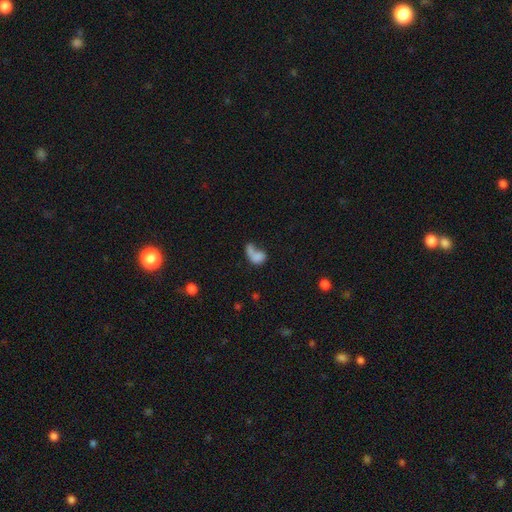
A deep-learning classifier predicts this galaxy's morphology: A smooth galaxy with no disk features (67%) that is in between round and cigar-shaped (73%).

Vote fractions:
- Smooth or featured? smooth: 67% / featured or disk: 22% / star or artifact: 12%
- How rounded? in between: 73% / round: 23% / cigar-shaped: 3%
- Merging? merger: 40% / major disturbance: 26% / none: 22% / minor disturbance: 12%